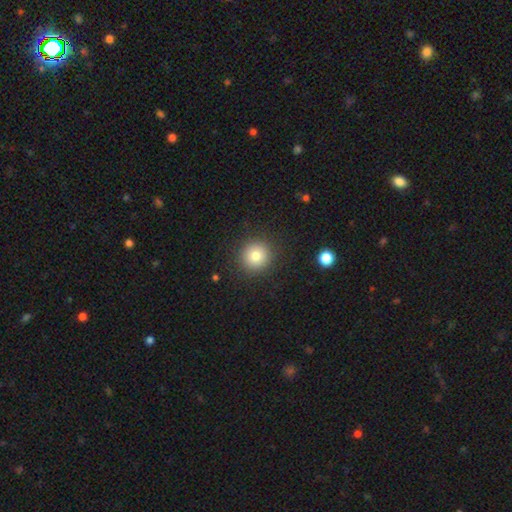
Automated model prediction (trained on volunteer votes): A smooth galaxy with no disk features (79%) that is round (94%). Merging: none (90%).